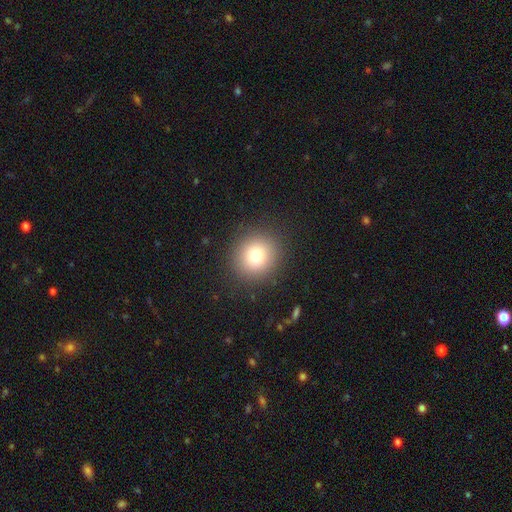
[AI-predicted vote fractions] Morphology: type=smooth (78%); roundness=round (89%); merging=none (89%).